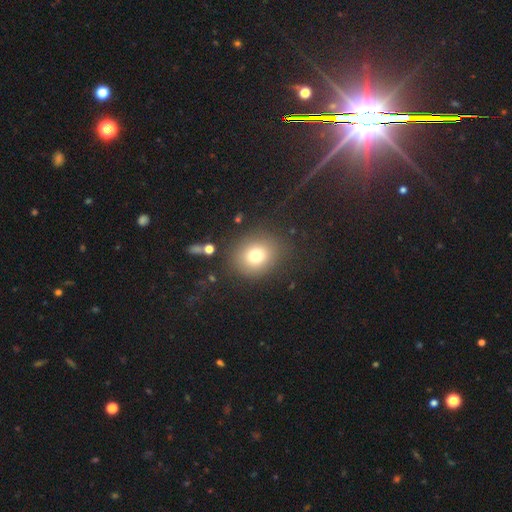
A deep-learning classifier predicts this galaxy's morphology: smooth_or_featured: smooth (p=0.74) [alt: star or artifact p=0.14]
how_rounded: round (p=0.72) [alt: in between p=0.27]
merging: none (p=0.81) [alt: minor disturbance p=0.11]